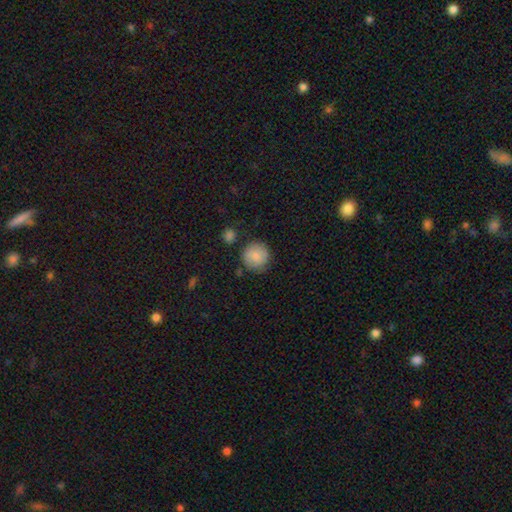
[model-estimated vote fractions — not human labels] smooth_or_featured: smooth (p=0.79) [alt: featured or disk p=0.14]
how_rounded: round (p=0.93) [alt: in between p=0.06]
merging: none (p=0.81) [alt: minor disturbance p=0.12]